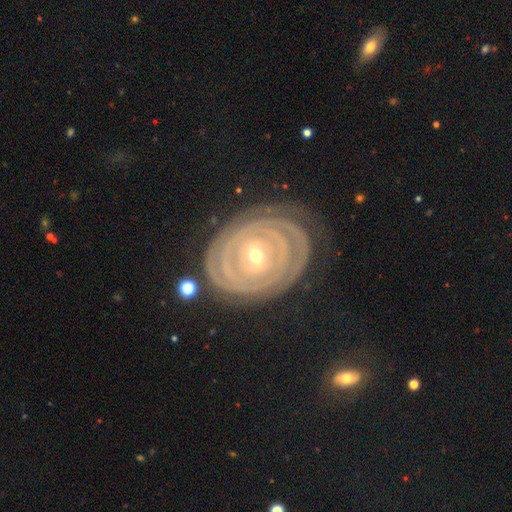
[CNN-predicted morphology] A featured or disk galaxy (90%) with no bar (38%), 2 (36%) tight (91%) spiral arms (97%) and a small central bulge (60%). Merging: none (80%).